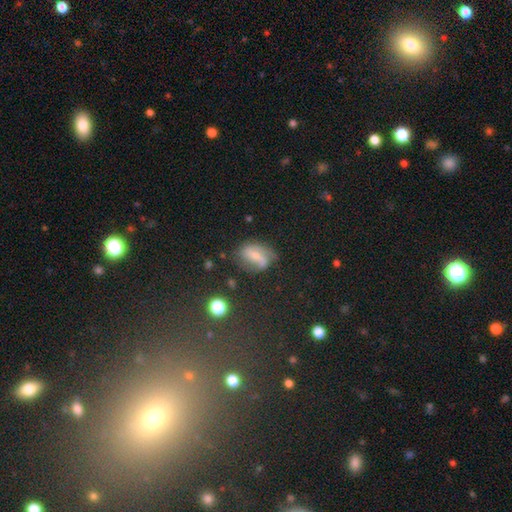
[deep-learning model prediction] This appears to be a featured or disk galaxy (63%) with a weak bar (40%), 2 (72%) medium (40%) spiral arms (85%) and a small central bulge (55%). Merging: none (58%).